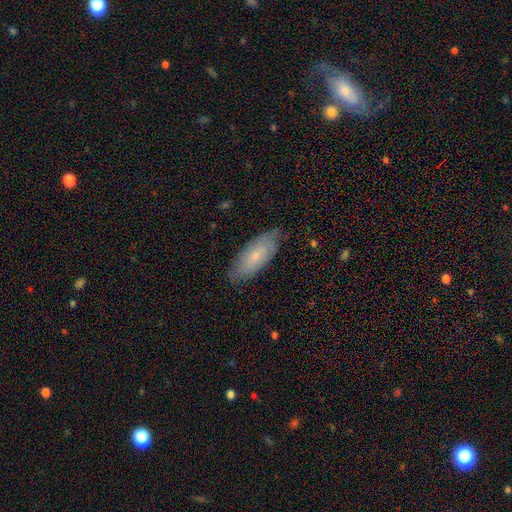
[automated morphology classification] A smooth galaxy with no disk features (61%) that is in between round and cigar-shaped (78%). Merging: none (76%).